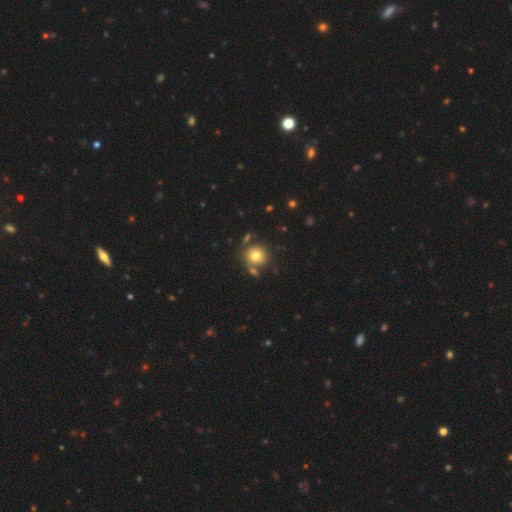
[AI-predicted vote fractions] A smooth galaxy with no disk features (77%) that is round (88%).

Vote fractions:
- Smooth or featured? smooth: 77% / star or artifact: 12% / featured or disk: 11%
- How rounded? round: 88% / in between: 11% / cigar-shaped: 1%
- Merging? none: 72% / merger: 14% / minor disturbance: 10% / major disturbance: 4%